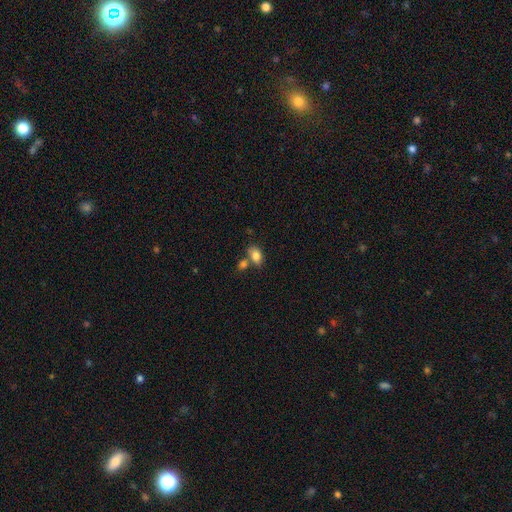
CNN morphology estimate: This is clearly a smooth galaxy (82%). How rounded: clearly in between (83%). Merging: possibly none (51%).